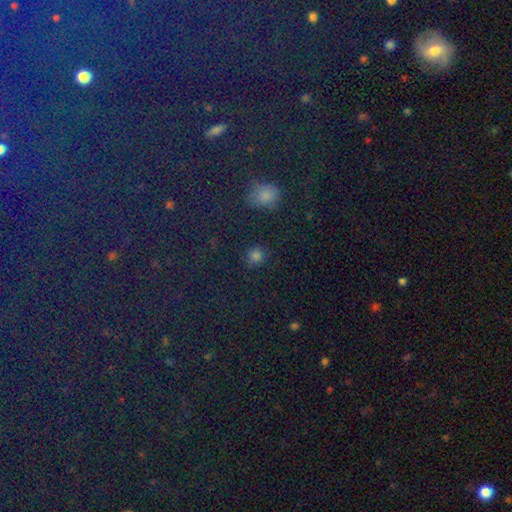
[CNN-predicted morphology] smooth_or_featured: smooth (p=0.74) [alt: star or artifact p=0.21]
how_rounded: round (p=0.86) [alt: in between p=0.13]
merging: none (p=0.84) [alt: minor disturbance p=0.10]